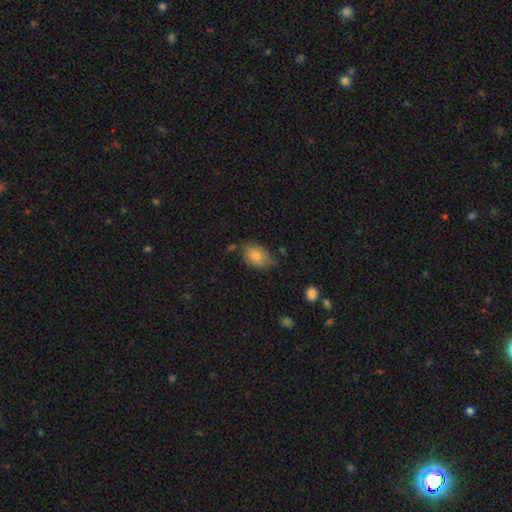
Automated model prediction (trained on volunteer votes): Smooth or featured?
  - smooth: 81% *
  - featured or disk: 11%
  - star or artifact: 9%
How rounded?
  - in between: 81% *
  - round: 17%
  - cigar-shaped: 1%
Merging?
  - none: 66% *
  - minor disturbance: 25%
  - major disturbance: 5%
  - merger: 4%